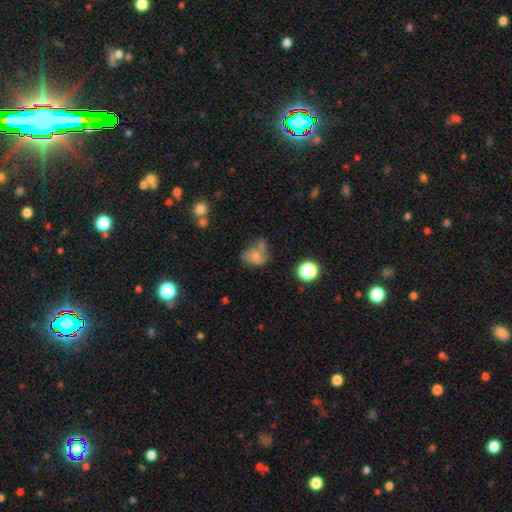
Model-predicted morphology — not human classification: smooth_or_featured: smooth (p=0.63) [alt: featured or disk p=0.23]
how_rounded: in between (p=0.58) [alt: round p=0.40]
merging: none (p=0.35) [alt: merger p=0.29]